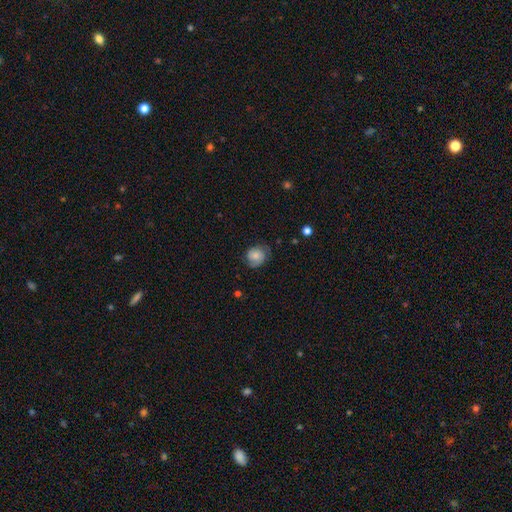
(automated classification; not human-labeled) Q: Smooth or featured?
A: smooth (51%); runner-up: featured or disk (40%)
Q: How rounded?
A: round (66%); runner-up: in between (33%)
Q: Merging?
A: none (63%); runner-up: minor disturbance (26%)